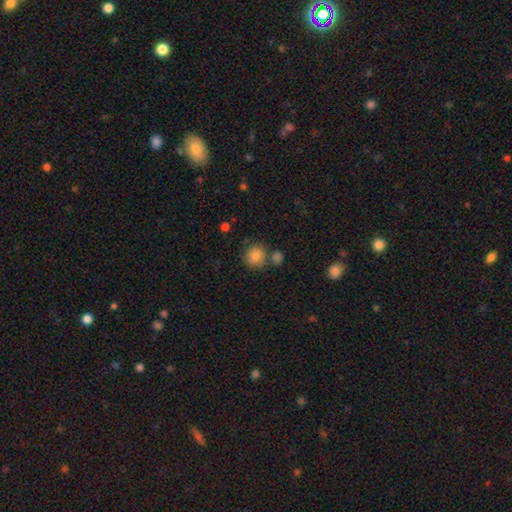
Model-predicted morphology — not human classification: Smooth or featured?
  - smooth: 83% *
  - star or artifact: 9%
  - featured or disk: 7%
How rounded?
  - round: 82% *
  - in between: 17%
  - cigar-shaped: 1%
Merging?
  - none: 67% *
  - merger: 16%
  - minor disturbance: 12%
  - major disturbance: 4%